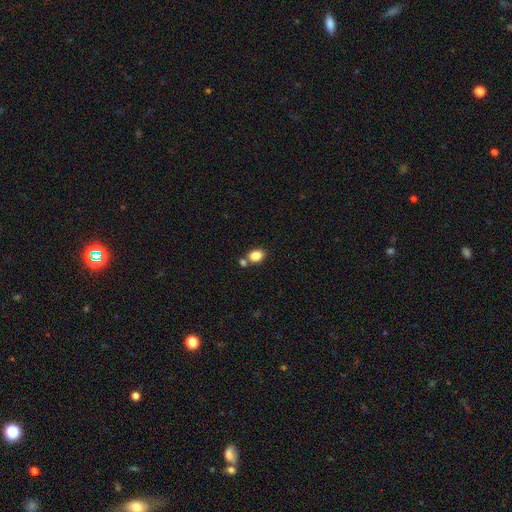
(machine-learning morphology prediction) smooth_or_featured: smooth (p=0.84) [alt: star or artifact p=0.10]
how_rounded: in between (p=0.55) [alt: round p=0.44]
merging: none (p=0.65) [alt: merger p=0.21]